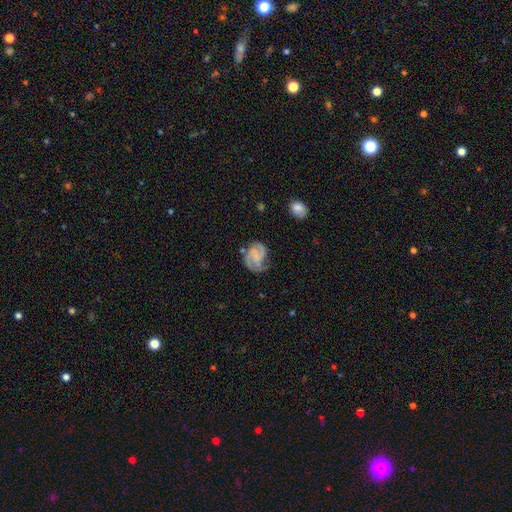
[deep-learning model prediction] Smooth or featured? featured or disk (73%)
Edge-on disk? no (98%)
Bar? no (49%)
Spiral arms? yes (93%)
Spiral winding? medium (47%)
Spiral arm count? 2 (67%)
Bulge size? none (55%)
Merging? none (59%)